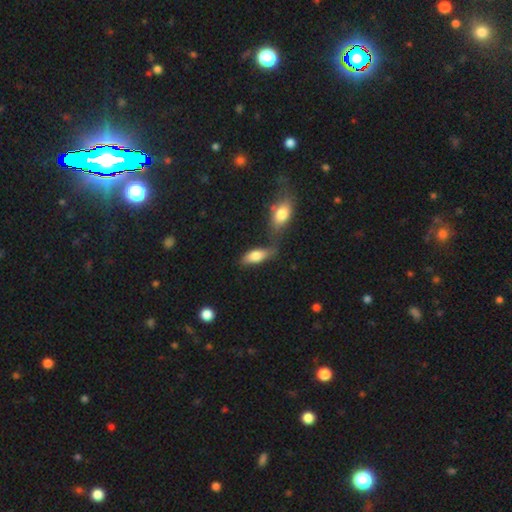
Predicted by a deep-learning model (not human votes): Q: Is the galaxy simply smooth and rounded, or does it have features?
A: smooth — 72%.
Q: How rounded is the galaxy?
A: in between — 82%.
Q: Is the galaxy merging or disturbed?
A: none — 43%.